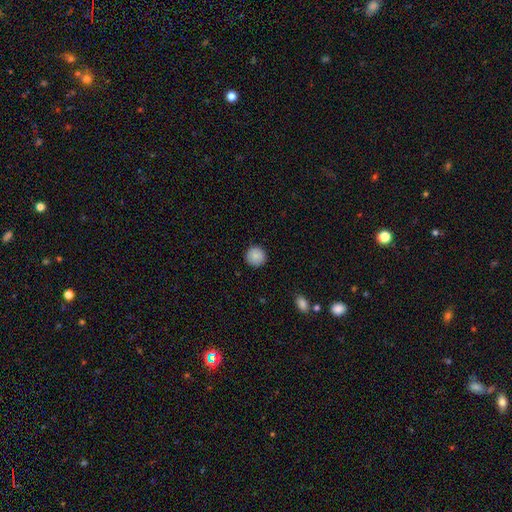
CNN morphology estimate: The model was most divided on "smooth or featured": smooth: 88%, star or artifact: 8%, featured or disk: 5%. More confident: how rounded — round (95%); merging — none (92%).